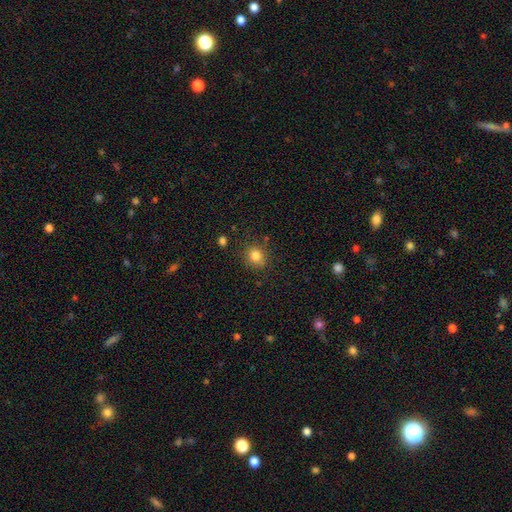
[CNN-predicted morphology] smooth_or_featured: smooth (p=0.83) [alt: star or artifact p=0.11]
how_rounded: round (p=0.71) [alt: in between p=0.28]
merging: none (p=0.82) [alt: minor disturbance p=0.12]